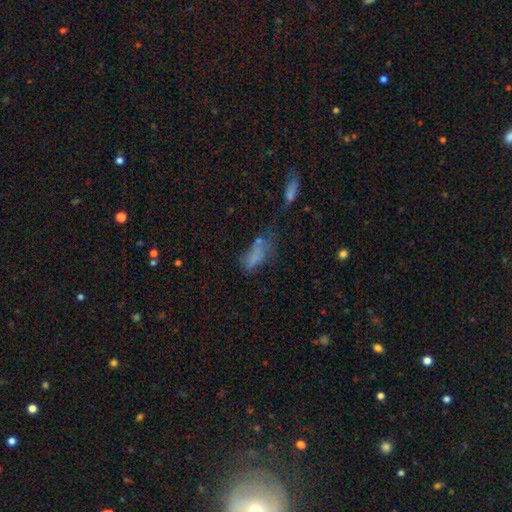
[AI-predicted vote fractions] A smooth galaxy with no disk features (62%) that is in between round and cigar-shaped (80%).

Vote fractions:
- Smooth or featured? smooth: 62% / featured or disk: 21% / star or artifact: 17%
- How rounded? in between: 80% / cigar-shaped: 14% / round: 5%
- Merging? major disturbance: 34% / none: 24% / merger: 21% / minor disturbance: 21%